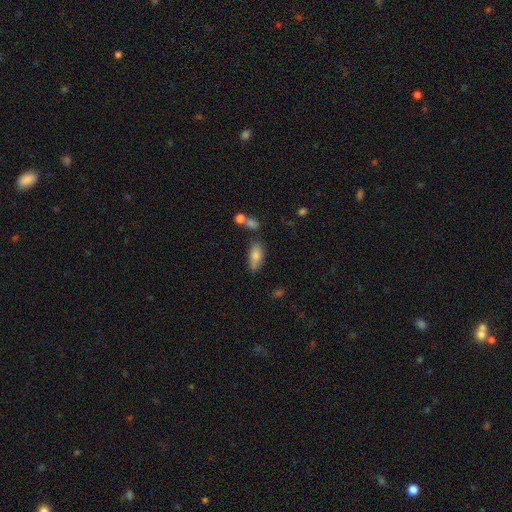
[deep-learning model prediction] This is likely a smooth galaxy (79%). How rounded: clearly in between (83%). Merging: possibly none (60%).